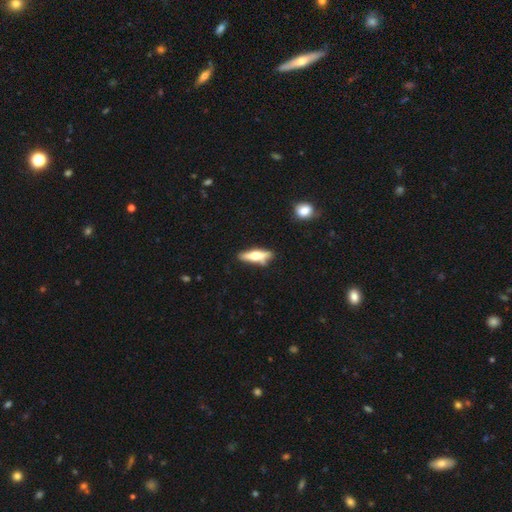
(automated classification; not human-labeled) Smooth or featured?
  - featured or disk: 49% *
  - smooth: 45%
  - star or artifact: 6%
Merging?
  - none: 76% *
  - minor disturbance: 15%
  - merger: 5%
  - major disturbance: 4%